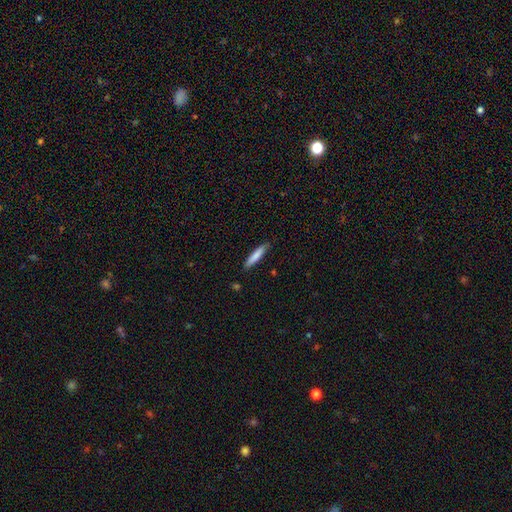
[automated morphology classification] This is likely a smooth galaxy (80%). How rounded: clearly cigar-shaped (88%). Merging: clearly none (86%).